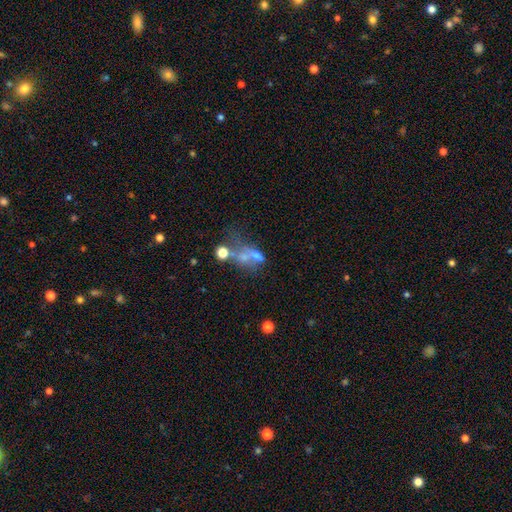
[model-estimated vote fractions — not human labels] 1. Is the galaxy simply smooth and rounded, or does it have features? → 44% smooth, 35% featured or disk, 20% star or artifact.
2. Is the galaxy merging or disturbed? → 43% merger, 23% major disturbance, 21% none, 12% minor disturbance.